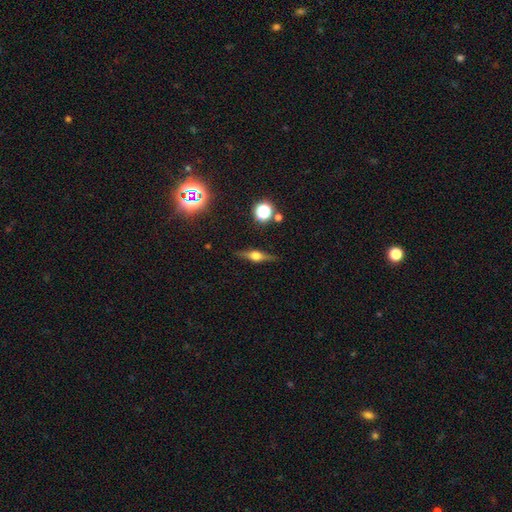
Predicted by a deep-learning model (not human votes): Smooth or featured? Predicted: featured or disk (p=0.67). Edge-on disk? Predicted: yes (p=0.96). Edge-on bulge? Predicted: rounded (p=0.92). Merging? Predicted: none (p=0.86).